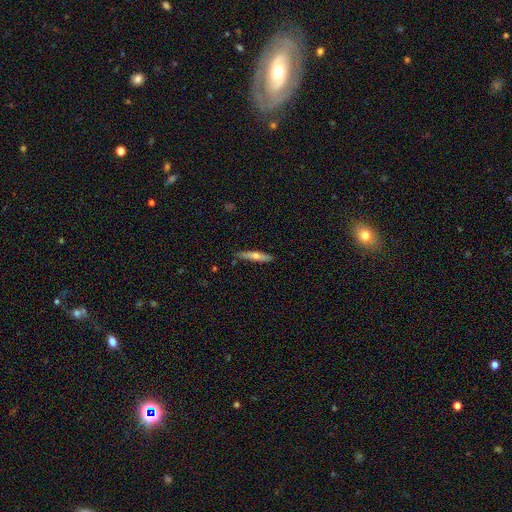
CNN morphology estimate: Overall: smooth (54%; featured or disk 40%). How rounded: cigar-shaped (90%). Merging: none (85%).